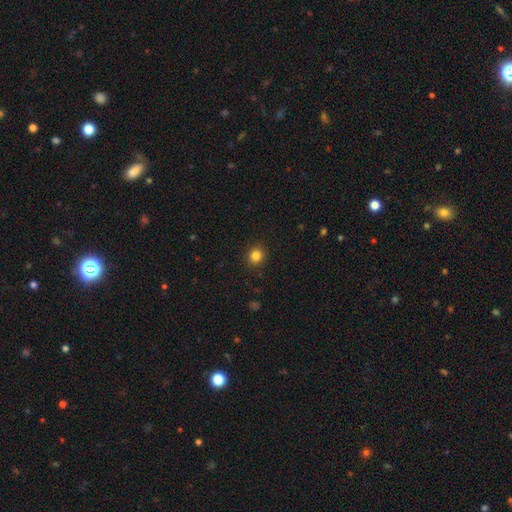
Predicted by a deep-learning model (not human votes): Smooth or featured? smooth (84%)
How rounded? round (86%)
Merging? none (91%)